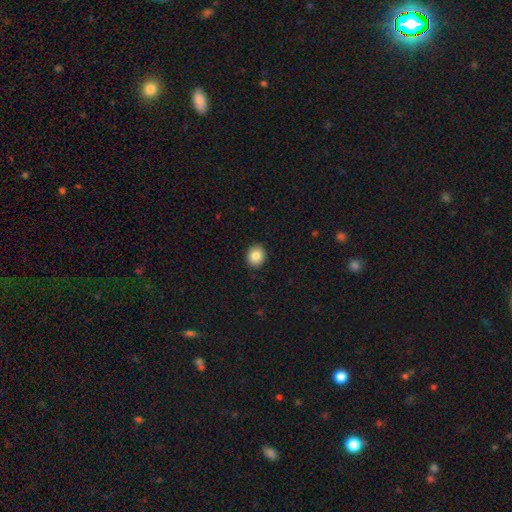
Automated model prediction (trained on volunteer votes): Overall: smooth (86%). How rounded: round (69%; in between 30%). Merging: none (91%).